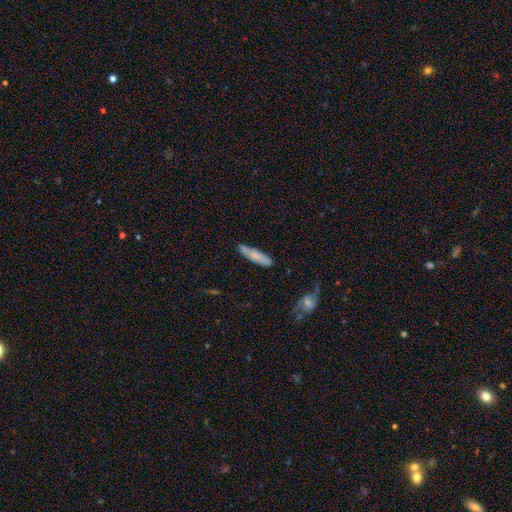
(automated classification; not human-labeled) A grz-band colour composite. It shows a smooth galaxy with no disk features (70%) that is cigar-shaped (79%). Merging: none (71%).